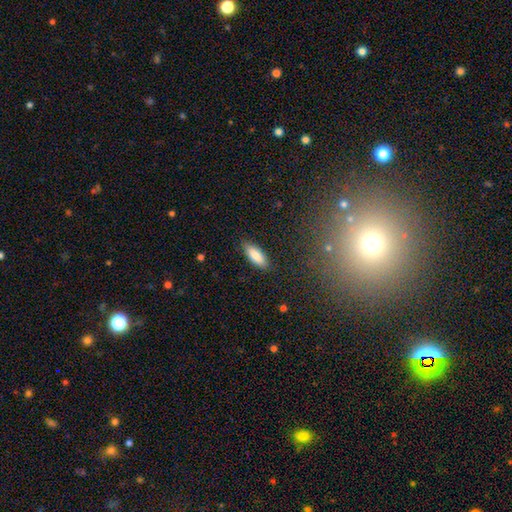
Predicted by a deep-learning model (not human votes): Morphology: type=smooth (87%); roundness=in between (70%); merging=none (86%).